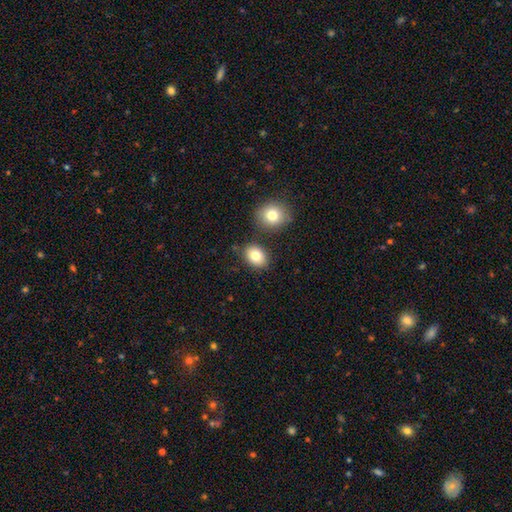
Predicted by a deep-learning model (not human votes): Morphology: type=smooth (81%); roundness=in between (66%); merging=none (78%).